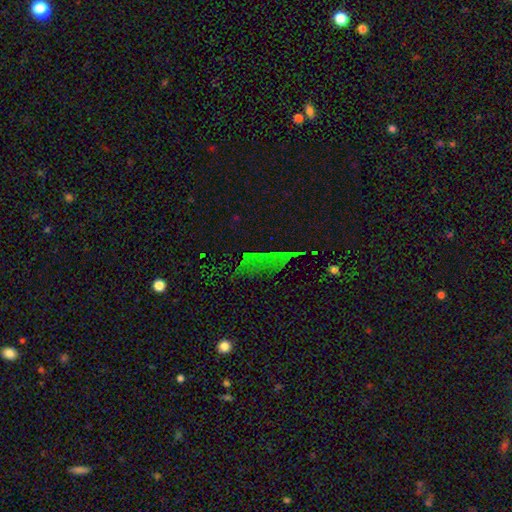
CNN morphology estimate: A star or artifact, not a galaxy (74%).